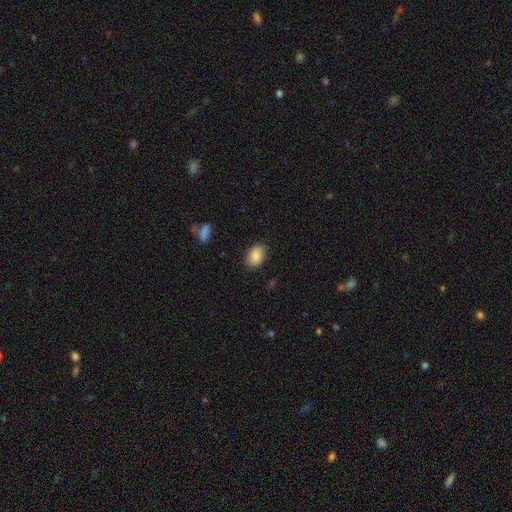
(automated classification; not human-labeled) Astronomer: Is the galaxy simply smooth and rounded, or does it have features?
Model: smooth — 86%.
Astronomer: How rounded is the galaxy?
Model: in between — 85%.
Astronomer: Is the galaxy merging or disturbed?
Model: none — 86%.